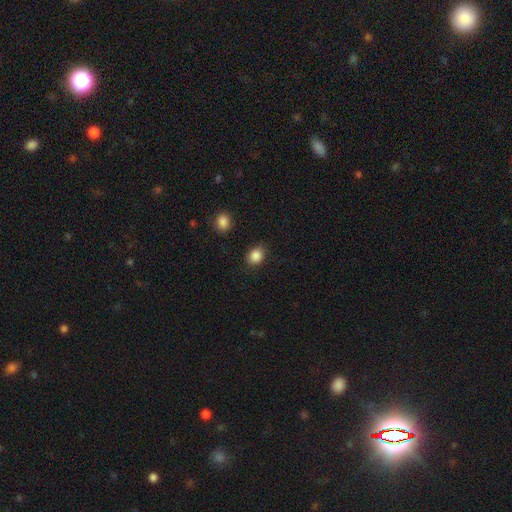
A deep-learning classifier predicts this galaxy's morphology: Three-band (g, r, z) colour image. It shows a smooth galaxy with no disk features (87%) that is round (52%). Merging: none (84%).